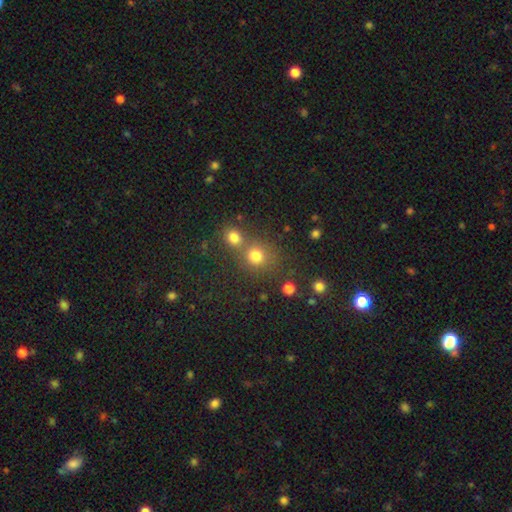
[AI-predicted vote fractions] smooth_or_featured: smooth (p=0.76) [alt: star or artifact p=0.17]
how_rounded: round (p=0.87) [alt: in between p=0.12]
merging: none (p=0.55) [alt: merger p=0.35]